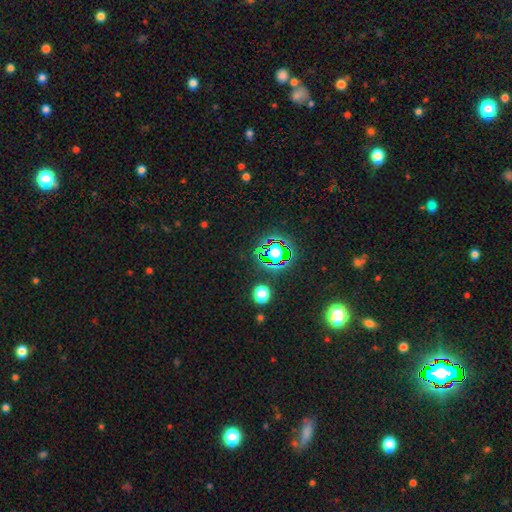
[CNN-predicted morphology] Smooth or featured? Predicted: star or artifact (p=0.77).